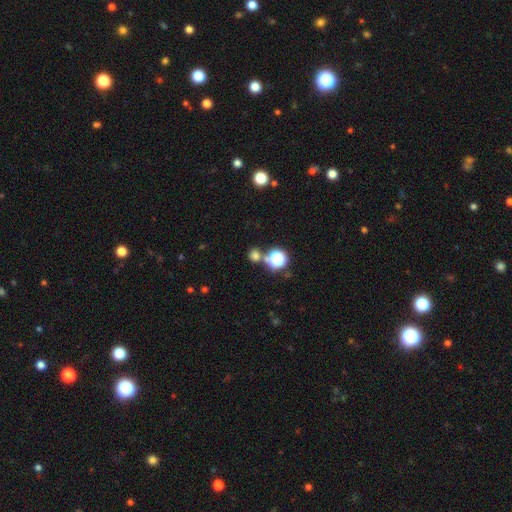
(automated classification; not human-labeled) Smooth or featured: smooth — 66% (star or artifact — 27%)
How rounded: round — 82% (in between — 17%)
Merging: none — 69% (merger — 19%)